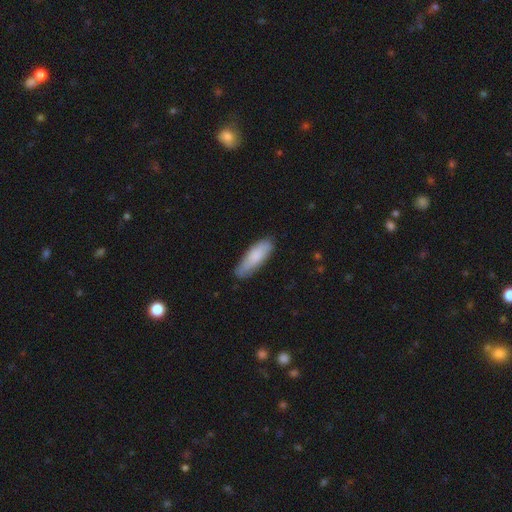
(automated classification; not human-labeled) Smooth or featured: smooth — 80% (featured or disk — 15%)
How rounded: cigar-shaped — 50% (in between — 49%)
Merging: none — 77% (minor disturbance — 18%)